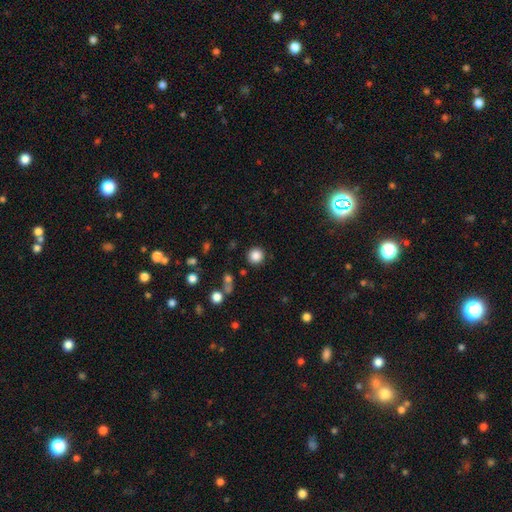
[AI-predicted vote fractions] smooth 85%, star or artifact 11%, featured or disk 4%. Down the decision tree: how rounded — round (94%); merging — none (89%).